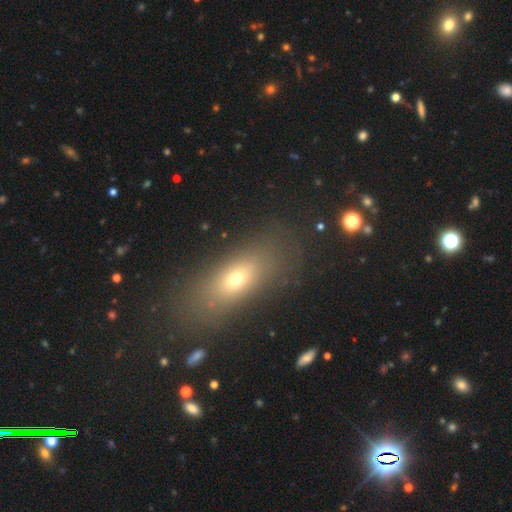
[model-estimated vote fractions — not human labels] The model was most divided on "smooth or featured": smooth: 61%, star or artifact: 21%, featured or disk: 19%. More confident: merging — none (83%); how rounded — in between (66%).